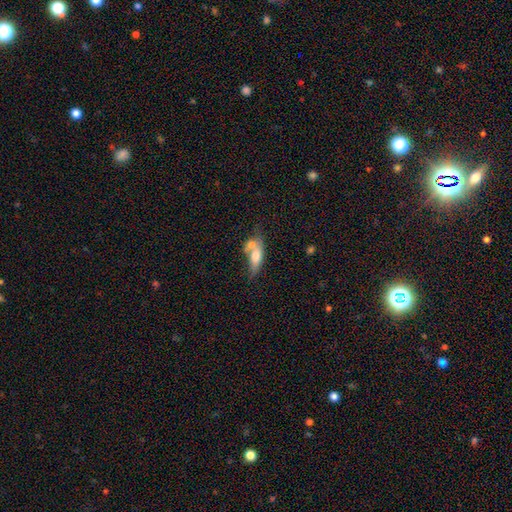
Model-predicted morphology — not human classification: type=smooth (61%); roundness=in between (67%); merging=merger (55%).